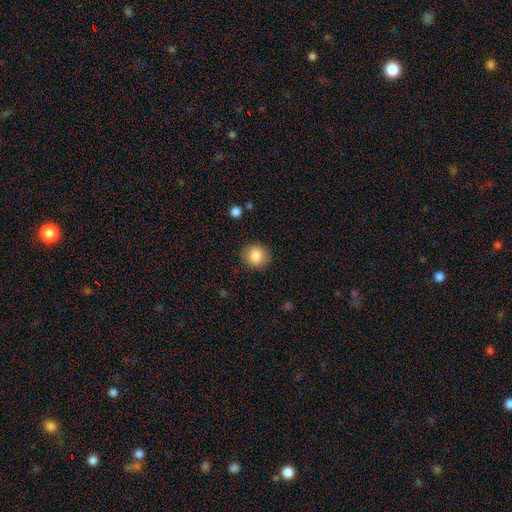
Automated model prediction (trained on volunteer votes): Q: Smooth or featured?
A: smooth (87%); runner-up: star or artifact (9%)
Q: How rounded?
A: round (89%); runner-up: in between (11%)
Q: Merging?
A: none (88%); runner-up: minor disturbance (8%)